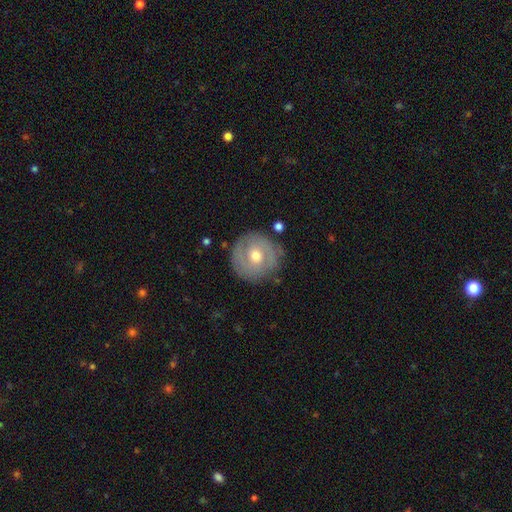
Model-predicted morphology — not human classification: smooth-or-featured: featured or disk: 65% | smooth: 28% | star or artifact: 7%
  disk-edge-on: no: 96% | yes: 4%
    bar: no: 63% | weak: 30% | strong: 7%
    has-spiral-arms: yes: 70% | no: 30%
    bulge-size: moderate: 76% | small: 17% | large: 5% | none: 1% | dominant: 1%
  merging: none: 82% | minor disturbance: 12% | major disturbance: 4% | merger: 2%